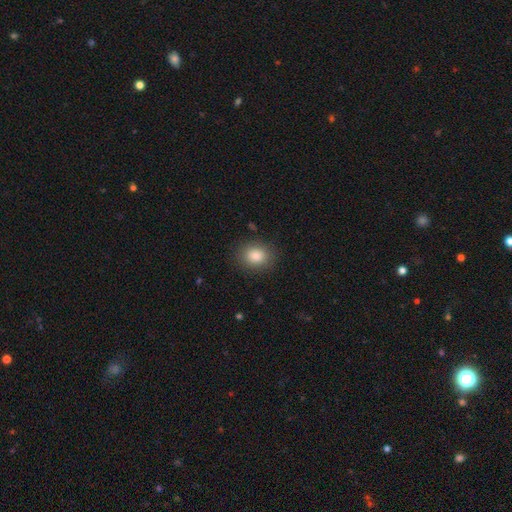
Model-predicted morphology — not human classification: Q: Smooth or featured?
A: smooth (86%); runner-up: star or artifact (9%)
Q: How rounded?
A: round (52%); runner-up: in between (47%)
Q: Merging?
A: none (85%); runner-up: minor disturbance (10%)